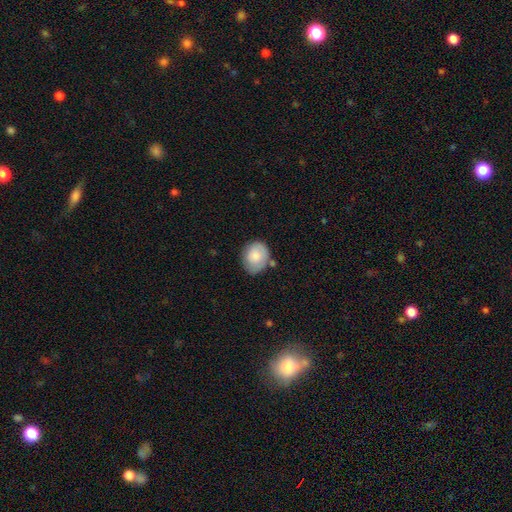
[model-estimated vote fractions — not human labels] smooth-or-featured: smooth: 73% | featured or disk: 21% | star or artifact: 7%
  how-rounded: round: 52% | in between: 47% | cigar-shaped: 1%
  merging: none: 60% | minor disturbance: 27% | major disturbance: 7% | merger: 6%